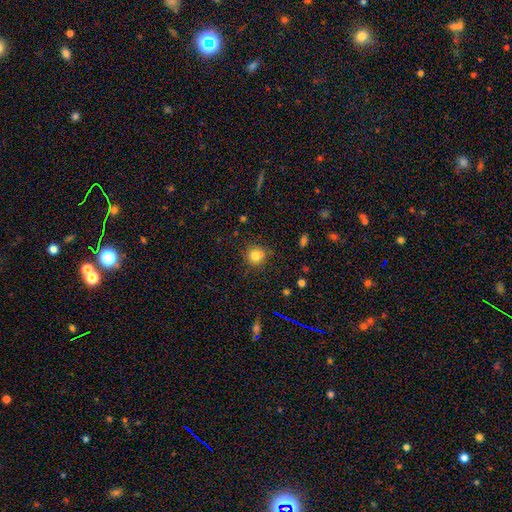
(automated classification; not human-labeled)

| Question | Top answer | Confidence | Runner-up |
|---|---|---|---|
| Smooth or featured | smooth | 76% | star or artifact (14%) |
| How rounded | round | 89% | in between (10%) |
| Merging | none | 65% | merger (20%) |